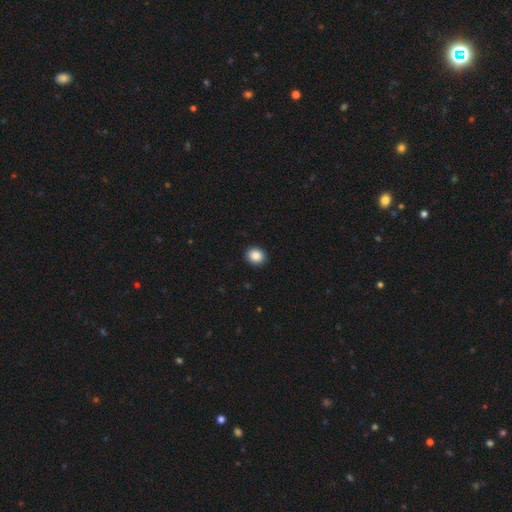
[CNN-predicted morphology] This is clearly a smooth galaxy (88%). How rounded: likely round (76%). Merging: clearly none (92%).